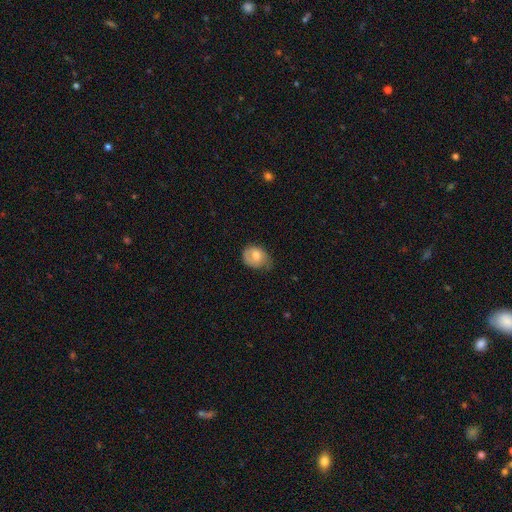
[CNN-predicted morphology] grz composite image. It shows a smooth galaxy with no disk features (64%) that is in between round and cigar-shaped (61%). Merging: none (41%).